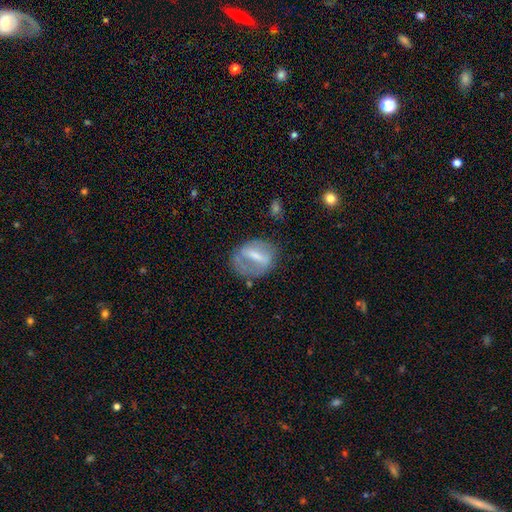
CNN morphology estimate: Smooth or featured? Predicted: featured or disk (p=0.58). Edge-on disk? Predicted: no (p=0.88). Bar? Predicted: strong (p=0.61). Spiral arms? Predicted: no (p=0.69). Bulge size? Predicted: small (p=0.38). Merging? Predicted: none (p=0.62).